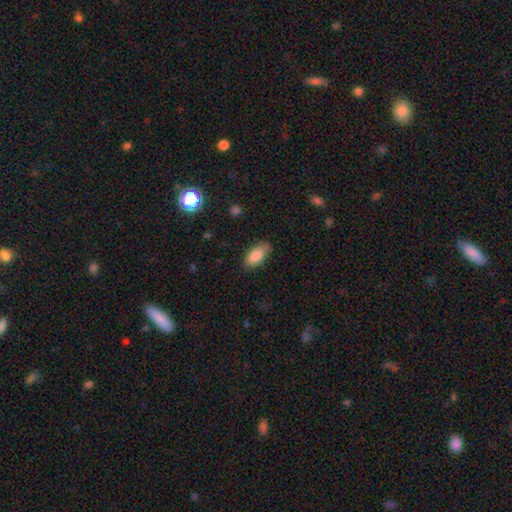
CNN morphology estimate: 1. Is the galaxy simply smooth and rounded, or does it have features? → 84% smooth, 9% featured or disk, 7% star or artifact.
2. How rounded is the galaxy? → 90% in between, 7% cigar-shaped, 3% round.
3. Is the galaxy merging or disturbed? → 81% none, 15% minor disturbance, 3% major disturbance, 1% merger.